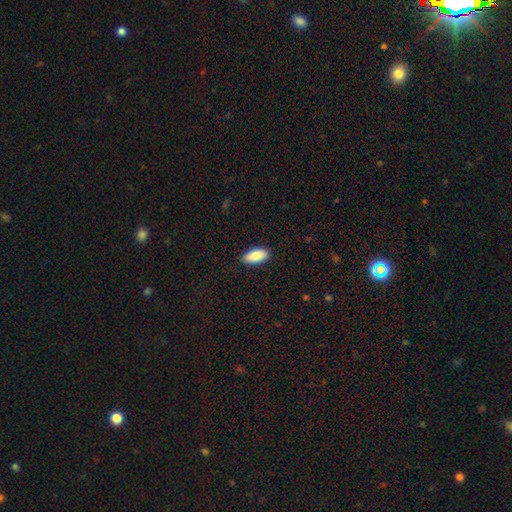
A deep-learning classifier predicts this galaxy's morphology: smooth 85%, featured or disk 9%, star or artifact 6%. Down the decision tree: how rounded — in between (91%); merging — none (88%).